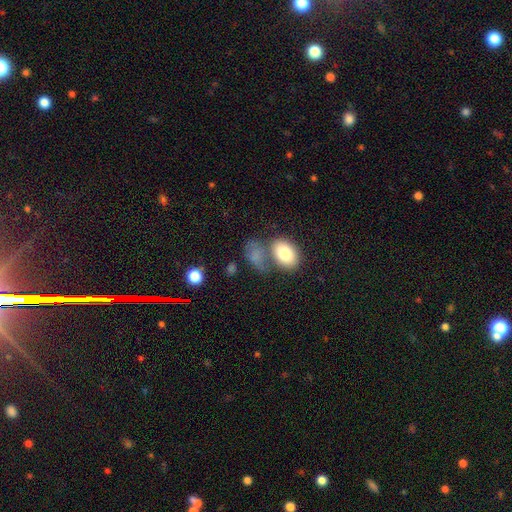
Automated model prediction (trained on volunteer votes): A smooth galaxy with no disk features (76%) that is in between round and cigar-shaped (78%). Merging: none (36%).